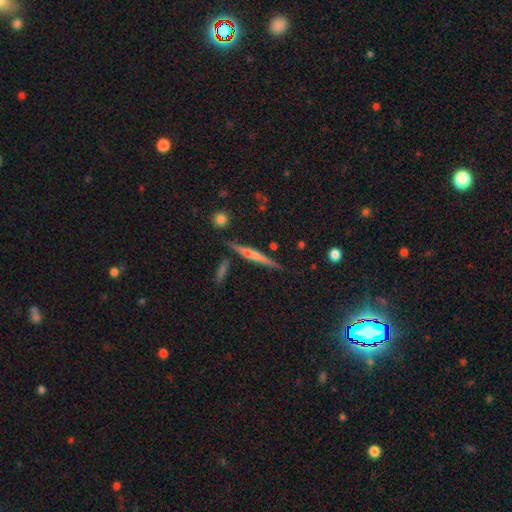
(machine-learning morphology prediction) Smooth or featured? Predicted: featured or disk (p=0.58). Edge-on disk? Predicted: yes (p=0.96). Edge-on bulge? Predicted: none (p=0.47). Merging? Predicted: none (p=0.80).